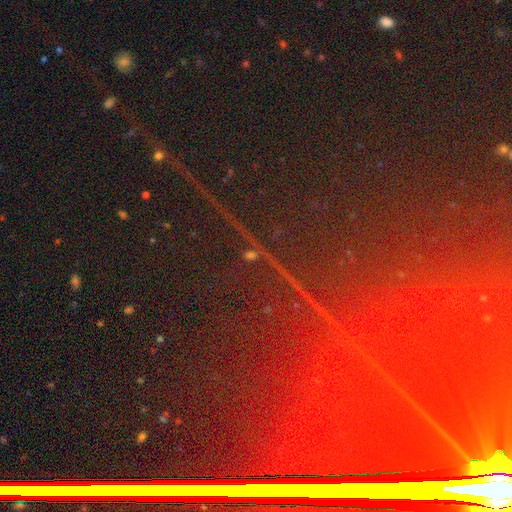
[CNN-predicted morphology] Overall: star or artifact (86%).